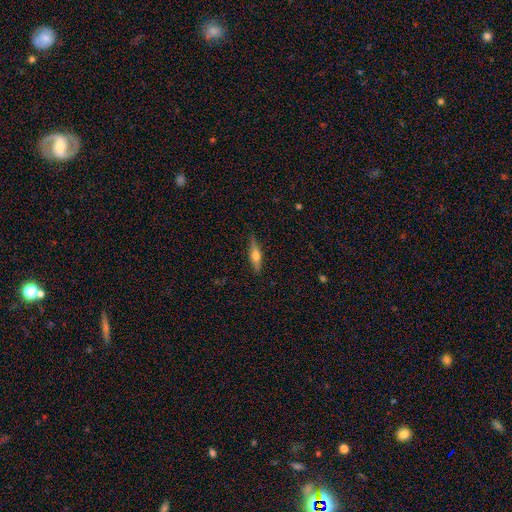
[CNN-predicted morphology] This is possibly a featured or disk galaxy (55%). It is clearly viewed edge-on (95%). Edge-on bulge: clearly rounded (91%). Merging: clearly none (86%).